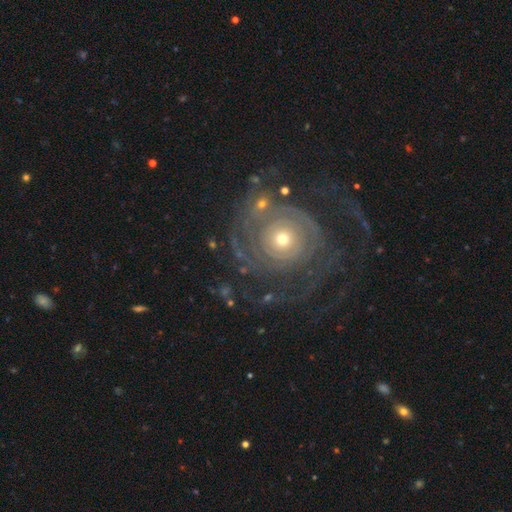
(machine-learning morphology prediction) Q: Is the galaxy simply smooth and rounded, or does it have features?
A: featured or disk — 80%.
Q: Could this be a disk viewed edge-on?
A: no — 97%.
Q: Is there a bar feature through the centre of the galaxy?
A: no — 83%.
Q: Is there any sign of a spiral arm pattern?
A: yes — 87%.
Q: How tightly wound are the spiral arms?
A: tight — 68%.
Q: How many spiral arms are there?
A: can't tell — 37%.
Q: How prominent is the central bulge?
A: small — 50%.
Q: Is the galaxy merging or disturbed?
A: none — 69%.